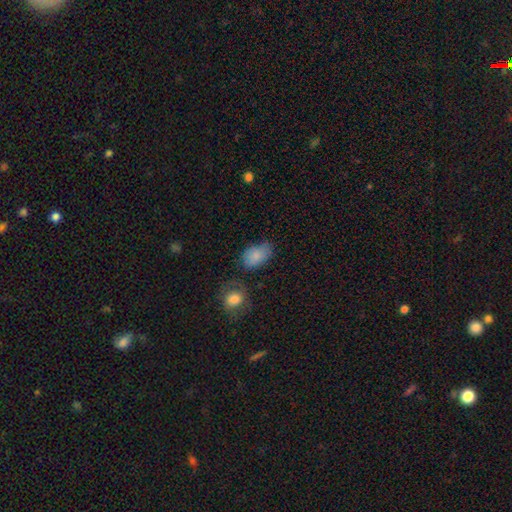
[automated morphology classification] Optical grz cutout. It shows a smooth galaxy with no disk features (83%) that is in between round and cigar-shaped (87%). Merging: none (56%).